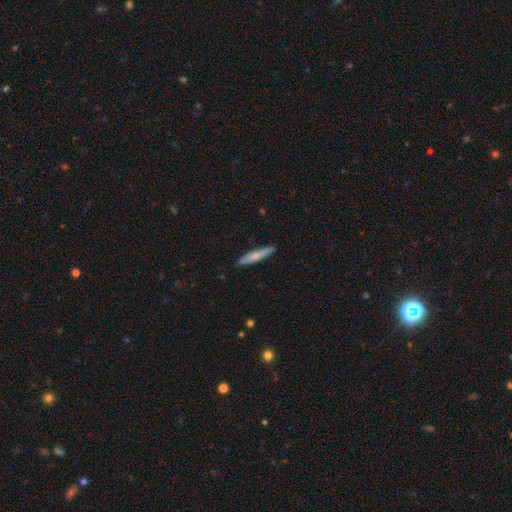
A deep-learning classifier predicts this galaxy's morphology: Smooth or featured: smooth — 69% (featured or disk — 26%)
How rounded: cigar-shaped — 91% (in between — 7%)
Merging: none — 89% (minor disturbance — 8%)